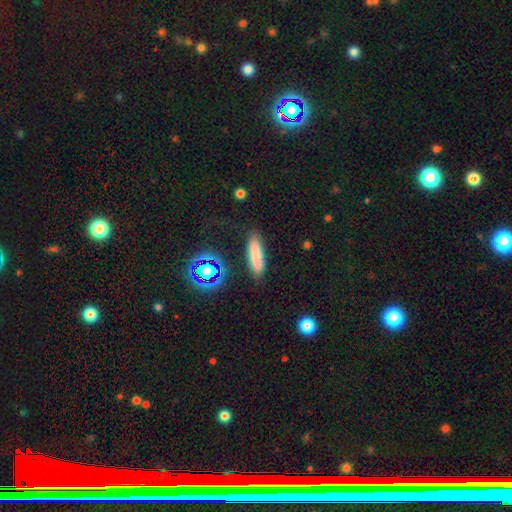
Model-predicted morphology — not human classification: smooth 78%, star or artifact 11%, featured or disk 11%. Down the decision tree: how rounded — cigar-shaped (69%); merging — none (85%).